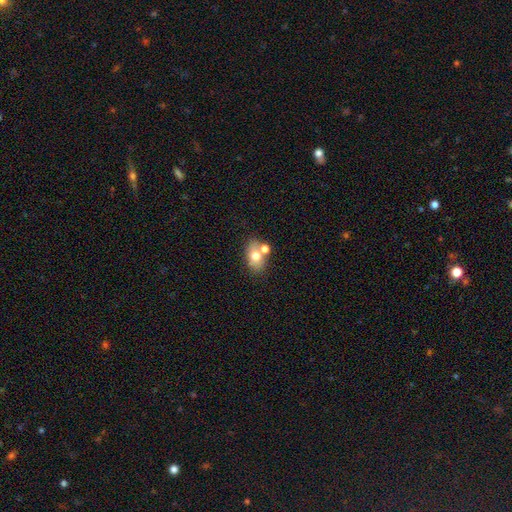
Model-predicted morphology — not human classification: Smooth or featured: smooth — 68% (featured or disk — 22%)
How rounded: in between — 74% (round — 25%)
Merging: none — 59% (merger — 25%)